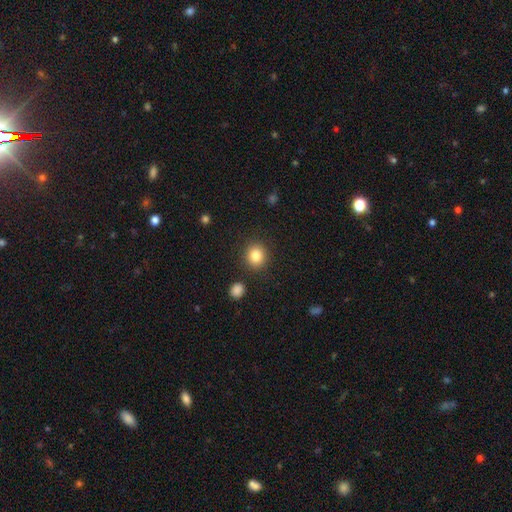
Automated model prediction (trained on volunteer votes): This is clearly a smooth galaxy (84%). How rounded: clearly round (84%). Merging: clearly none (88%).